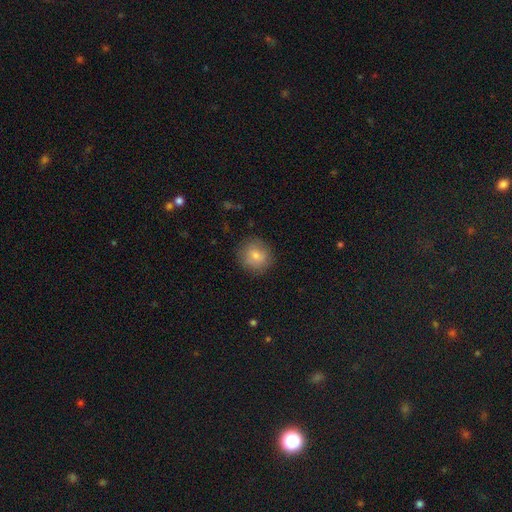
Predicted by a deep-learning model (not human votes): Morphology: type=smooth (77%); roundness=round (90%); merging=none (86%).